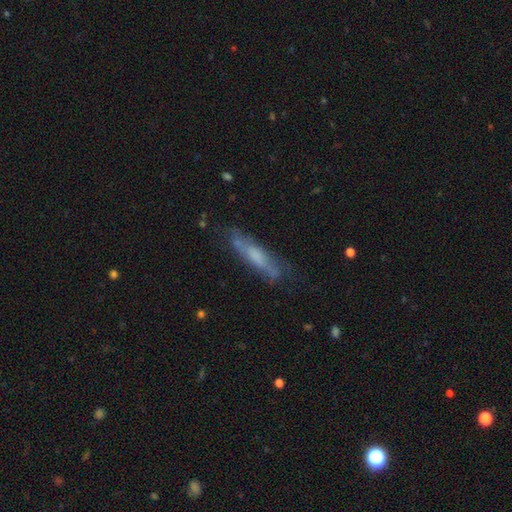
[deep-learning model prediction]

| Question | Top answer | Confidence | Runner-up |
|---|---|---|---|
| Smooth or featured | featured or disk | 50% | smooth (42%) |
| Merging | none | 66% | minor disturbance (23%) |